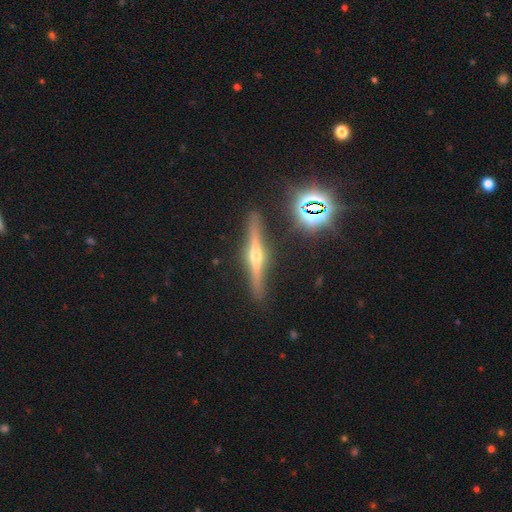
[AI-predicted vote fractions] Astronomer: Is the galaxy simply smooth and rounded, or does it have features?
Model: featured or disk — 75%.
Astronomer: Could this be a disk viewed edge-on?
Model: yes — 97%.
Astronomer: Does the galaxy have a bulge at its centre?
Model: rounded — 93%.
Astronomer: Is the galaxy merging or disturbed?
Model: none — 89%.